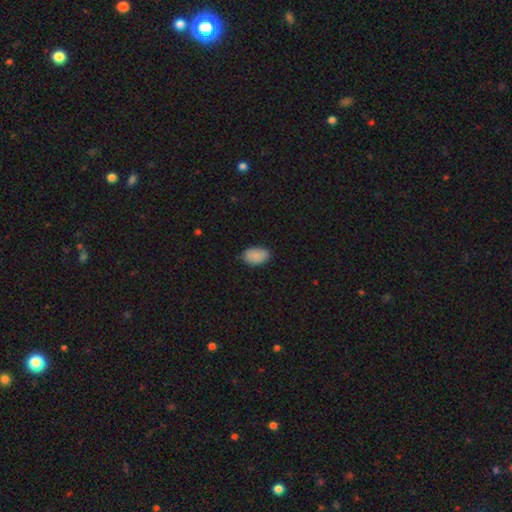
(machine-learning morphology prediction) Smooth or featured: smooth — 88% (star or artifact — 7%)
How rounded: in between — 91% (round — 7%)
Merging: none — 83% (minor disturbance — 14%)